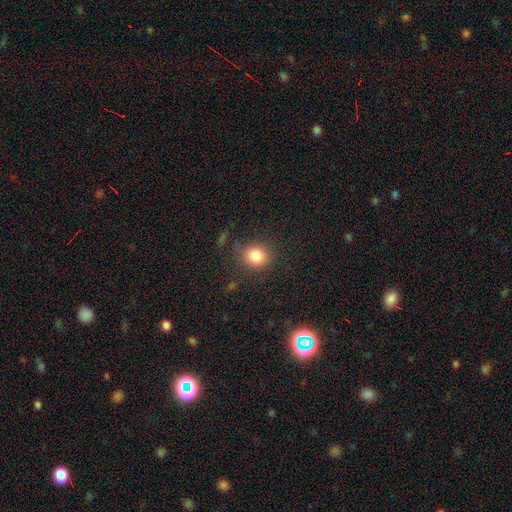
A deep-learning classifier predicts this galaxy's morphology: Smooth or featured?
  - smooth: 83% *
  - star or artifact: 11%
  - featured or disk: 6%
How rounded?
  - round: 78% *
  - in between: 22%
  - cigar-shaped: 1%
Merging?
  - none: 79% *
  - minor disturbance: 13%
  - major disturbance: 6%
  - merger: 2%